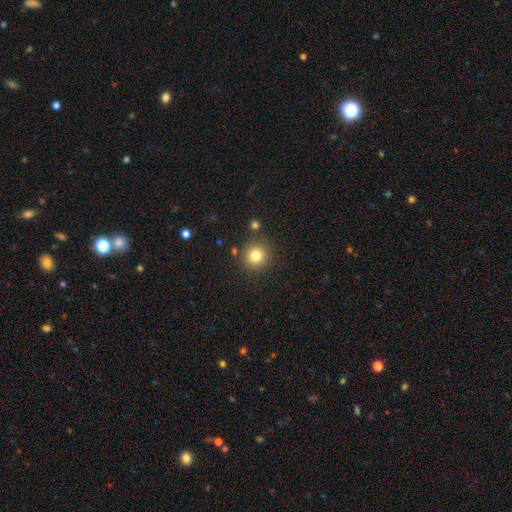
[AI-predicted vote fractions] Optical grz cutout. It shows a smooth galaxy with no disk features (81%) that is round (93%). Merging: none (85%).